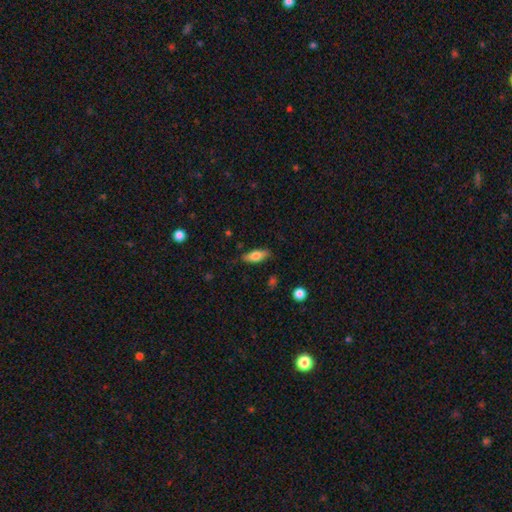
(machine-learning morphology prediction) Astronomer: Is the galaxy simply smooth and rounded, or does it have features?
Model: smooth — 73%.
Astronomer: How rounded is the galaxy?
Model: in between — 72%.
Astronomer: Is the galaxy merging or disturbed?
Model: none — 82%.